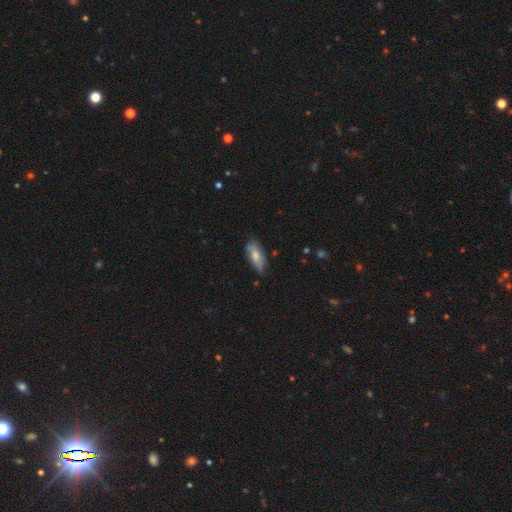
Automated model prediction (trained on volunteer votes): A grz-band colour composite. It shows a smooth galaxy with no disk features (69%) that is in between round and cigar-shaped (78%). Merging: none (70%).